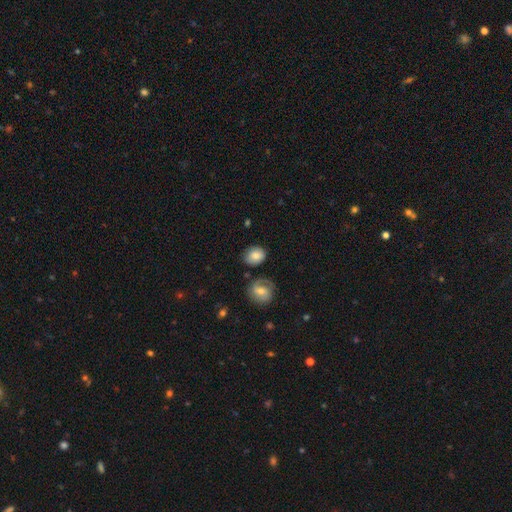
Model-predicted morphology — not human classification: Smooth or featured?
  - smooth: 76% *
  - featured or disk: 16%
  - star or artifact: 8%
How rounded?
  - round: 52% *
  - in between: 47%
  - cigar-shaped: 1%
Merging?
  - none: 68% *
  - minor disturbance: 19%
  - merger: 7%
  - major disturbance: 7%